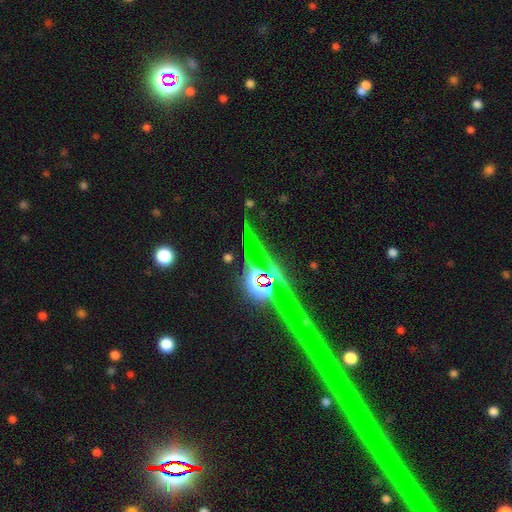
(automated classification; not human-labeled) smooth_or_featured: star or artifact (p=0.60) [alt: featured or disk p=0.27]